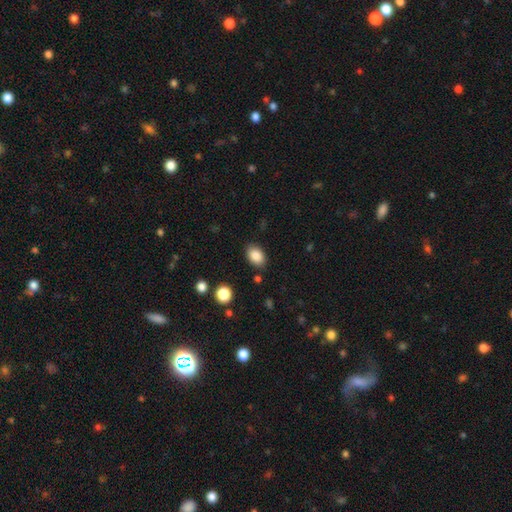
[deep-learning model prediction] Smooth or featured: smooth — 86% (star or artifact — 9%)
How rounded: in between — 82% (round — 17%)
Merging: none — 85% (minor disturbance — 10%)